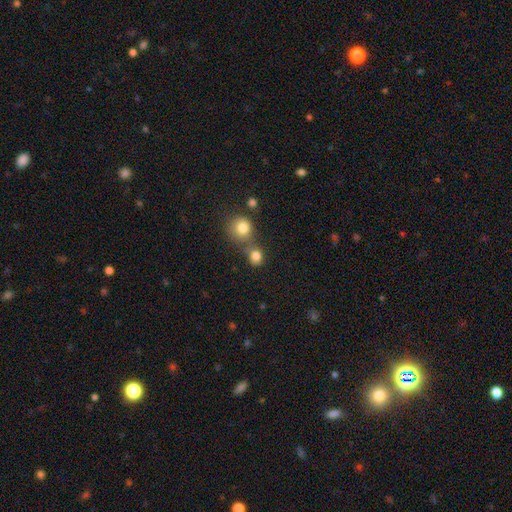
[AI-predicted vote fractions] This is clearly a smooth galaxy (81%). How rounded: likely round (77%). Merging: possibly none (55%).